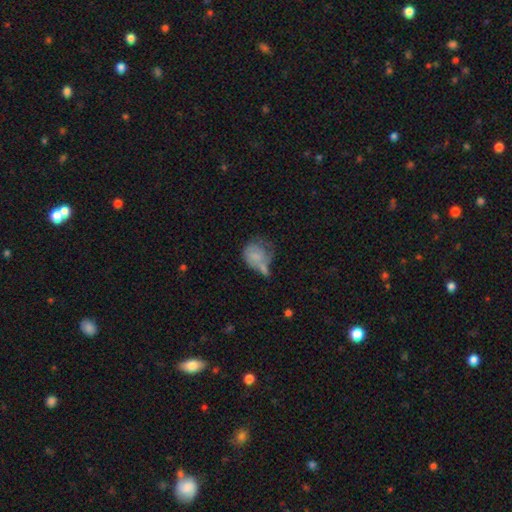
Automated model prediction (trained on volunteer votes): Q: Smooth or featured?
A: smooth (70%); runner-up: featured or disk (22%)
Q: How rounded?
A: round (65%); runner-up: in between (33%)
Q: Merging?
A: merger (26%); runner-up: none (25%)